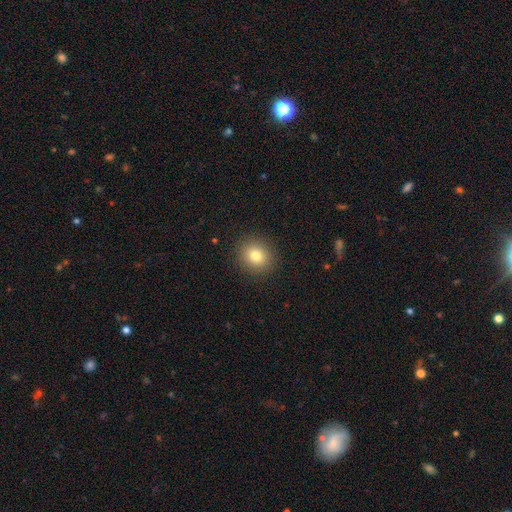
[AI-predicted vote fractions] smooth-or-featured: smooth: 80% | star or artifact: 12% | featured or disk: 8%
  how-rounded: round: 83% | in between: 16% | cigar-shaped: 1%
  merging: none: 91% | minor disturbance: 6% | major disturbance: 2% | merger: 1%